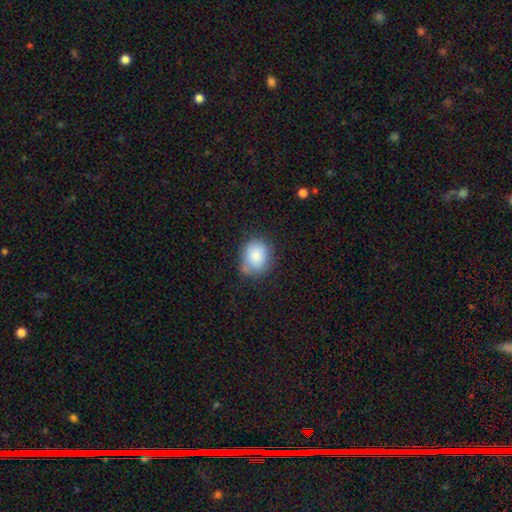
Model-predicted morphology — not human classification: This is clearly a smooth galaxy (85%). How rounded: likely round (60%). Merging: likely none (65%).